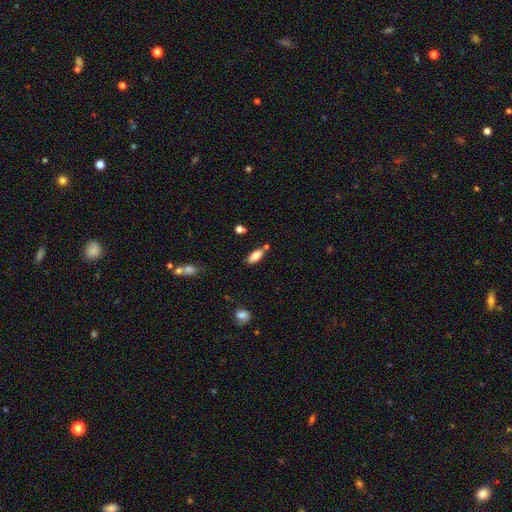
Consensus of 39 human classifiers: Smooth or featured: smooth — 85% (star or artifact — 10%)
How rounded: in between — 82% (cigar-shaped — 12%)
Merging: none — 49% (merger — 29%)